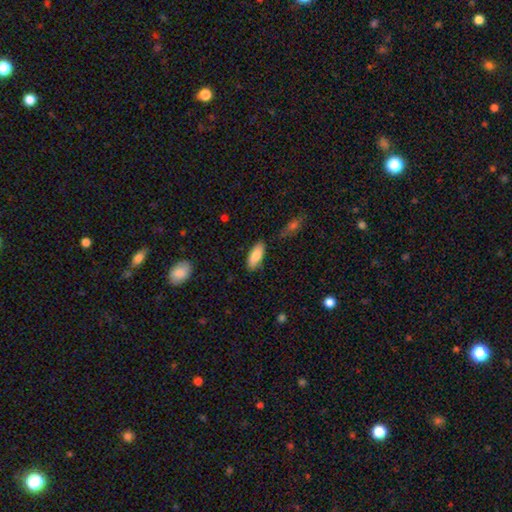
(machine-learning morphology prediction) A smooth galaxy with no disk features (84%) that is in between round and cigar-shaped (82%).

Vote fractions:
- Smooth or featured? smooth: 84% / featured or disk: 10% / star or artifact: 6%
- How rounded? in between: 82% / cigar-shaped: 16% / round: 2%
- Merging? none: 81% / minor disturbance: 14% / major disturbance: 3% / merger: 2%